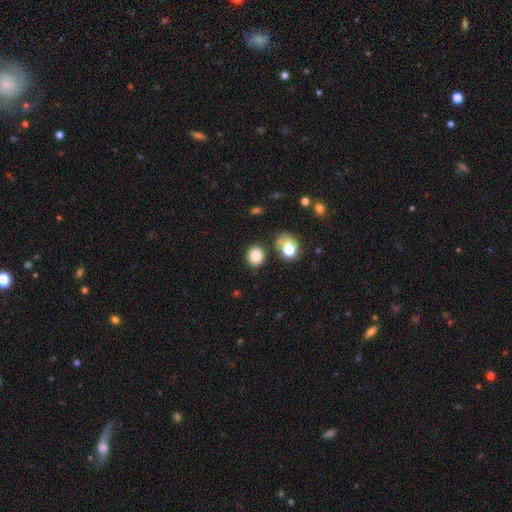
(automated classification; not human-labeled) A smooth galaxy with no disk features (82%) that is round (72%). Merging: none (79%).